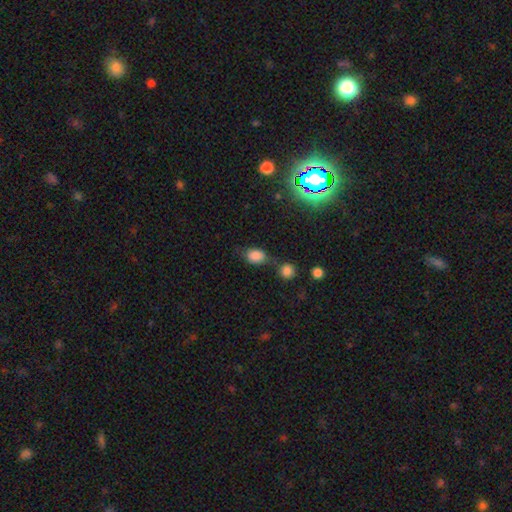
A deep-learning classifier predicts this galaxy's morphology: A smooth galaxy with no disk features (81%) that is in between round and cigar-shaped (73%).

Vote fractions:
- Smooth or featured? smooth: 81% / star or artifact: 13% / featured or disk: 6%
- How rounded? in between: 73% / round: 25% / cigar-shaped: 2%
- Merging? none: 59% / minor disturbance: 21% / merger: 14% / major disturbance: 7%